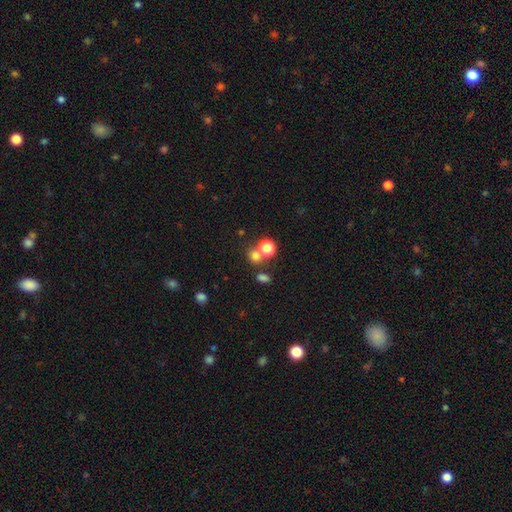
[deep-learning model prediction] This appears to be a smooth galaxy with no disk features (71%) that is round (74%). Merging: none (61%).